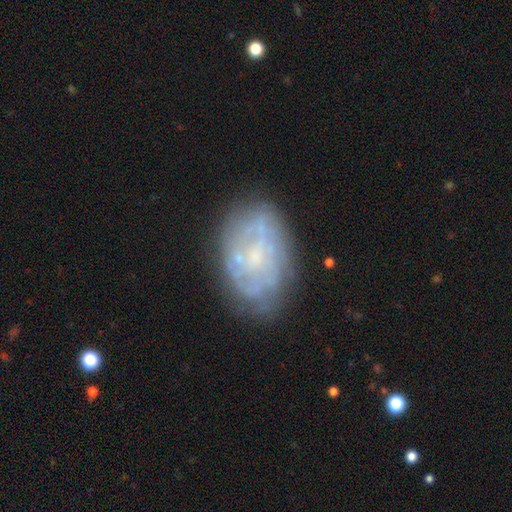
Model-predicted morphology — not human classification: smooth_or_featured: featured or disk (p=0.63) [alt: smooth p=0.28]
disk_edge_on: no (p=0.96) [alt: yes p=0.04]
bar: no (p=0.66) [alt: weak p=0.28]
has_spiral_arms: no (p=0.52) [alt: yes p=0.48]
bulge_size: small (p=0.48) [alt: none p=0.29]
merging: none (p=0.68) [alt: minor disturbance p=0.20]